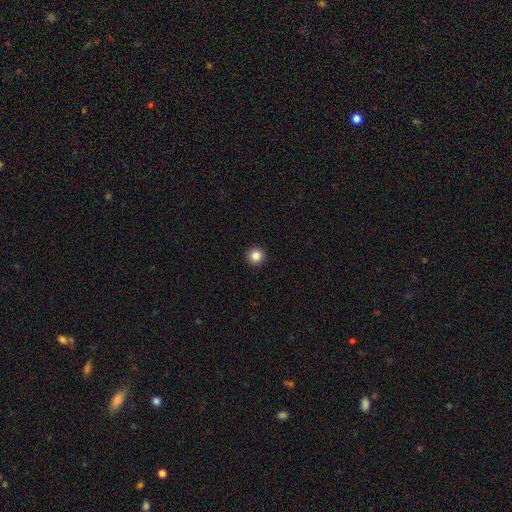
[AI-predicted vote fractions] Q: Smooth or featured?
A: smooth (86%); runner-up: star or artifact (11%)
Q: How rounded?
A: round (96%); runner-up: in between (3%)
Q: Merging?
A: none (94%); runner-up: minor disturbance (4%)